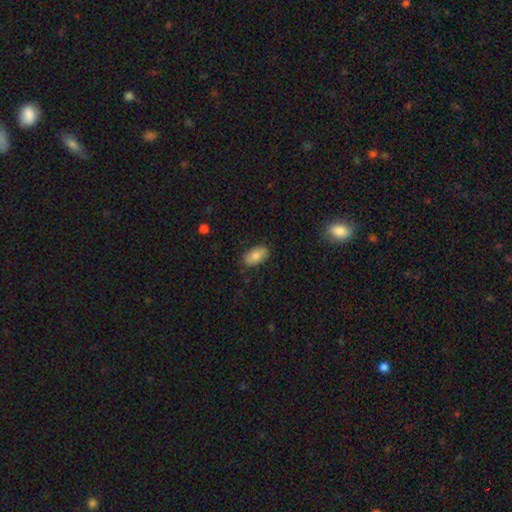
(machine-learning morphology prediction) Smooth or featured?
  - smooth: 84% *
  - featured or disk: 9%
  - star or artifact: 7%
How rounded?
  - in between: 94% *
  - round: 4%
  - cigar-shaped: 3%
Merging?
  - none: 84% *
  - minor disturbance: 12%
  - major disturbance: 3%
  - merger: 1%